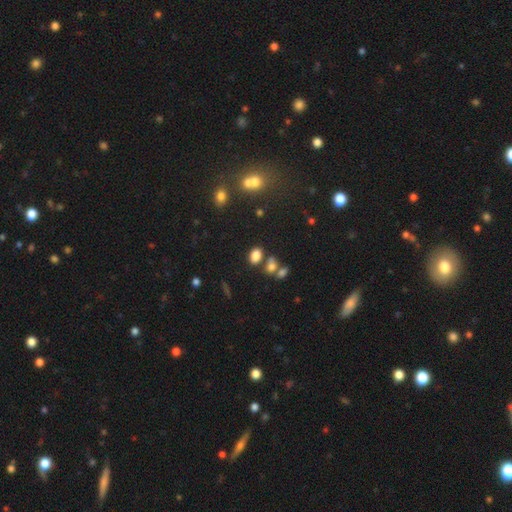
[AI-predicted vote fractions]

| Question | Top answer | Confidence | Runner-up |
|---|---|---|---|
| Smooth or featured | smooth | 80% | star or artifact (14%) |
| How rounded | in between | 79% | round (20%) |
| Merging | none | 66% | merger (18%) |